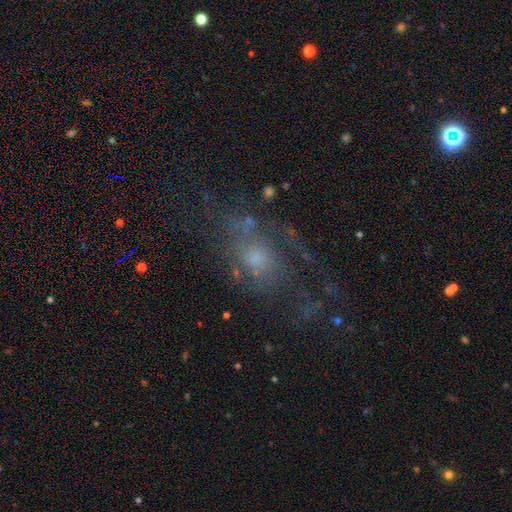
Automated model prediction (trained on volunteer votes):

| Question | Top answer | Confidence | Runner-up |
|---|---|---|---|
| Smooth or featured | featured or disk | 63% | smooth (20%) |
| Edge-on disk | no | 93% | yes (7%) |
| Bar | no | 80% | weak (17%) |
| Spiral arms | yes | 69% | no (31%) |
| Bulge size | small | 47% | moderate (40%) |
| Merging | none | 55% | major disturbance (23%) |